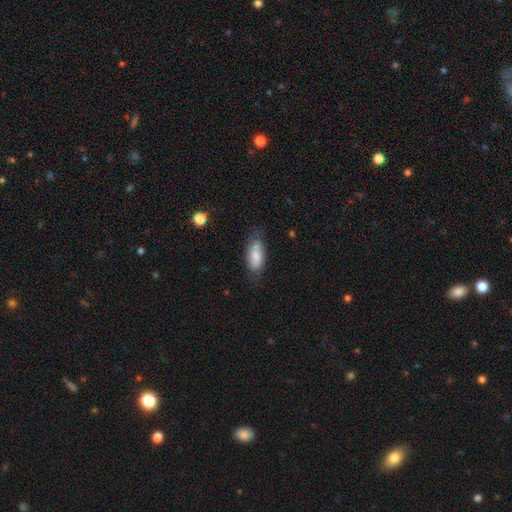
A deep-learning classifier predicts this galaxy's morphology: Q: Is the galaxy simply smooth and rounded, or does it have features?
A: smooth — 78%.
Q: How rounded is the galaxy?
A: in between — 86%.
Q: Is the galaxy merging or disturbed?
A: none — 69%.